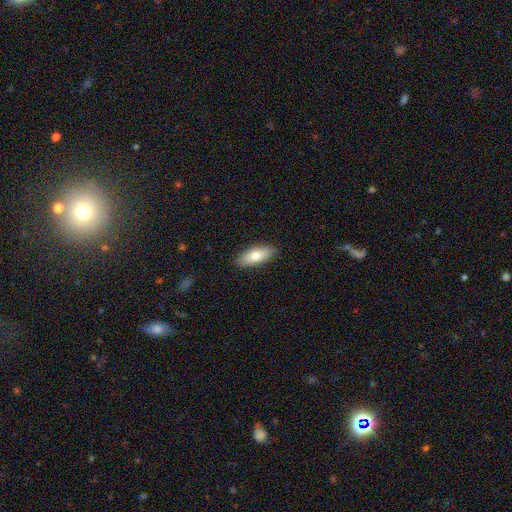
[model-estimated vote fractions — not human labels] smooth_or_featured: smooth (p=0.78) [alt: featured or disk p=0.16]
how_rounded: in between (p=0.78) [alt: cigar-shaped p=0.20]
merging: none (p=0.88) [alt: minor disturbance p=0.09]